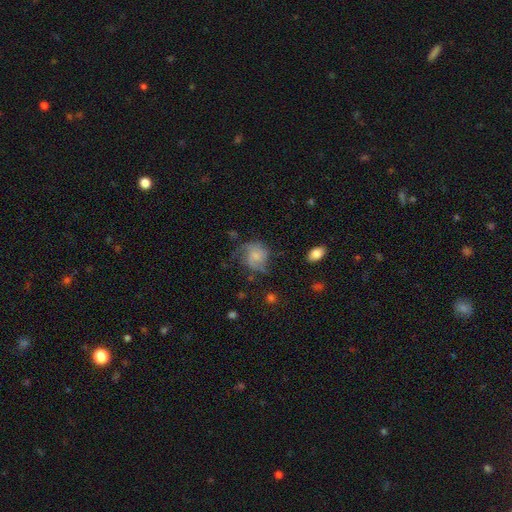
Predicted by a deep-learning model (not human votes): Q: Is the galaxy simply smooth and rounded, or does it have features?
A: smooth — 49%.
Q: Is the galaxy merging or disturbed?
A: none — 48%.